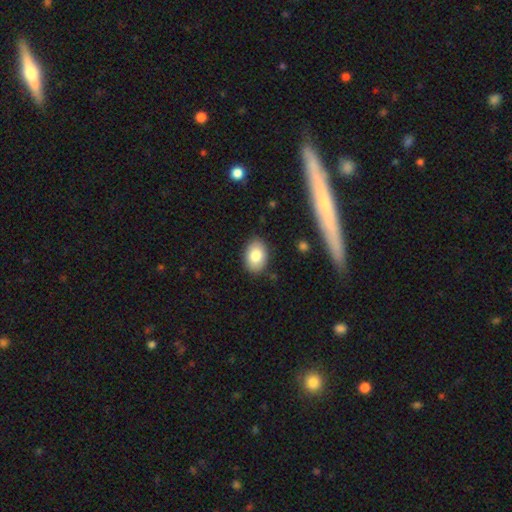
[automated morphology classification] Smooth or featured: smooth — 81% (featured or disk — 11%)
How rounded: in between — 81% (round — 18%)
Merging: none — 87% (minor disturbance — 10%)